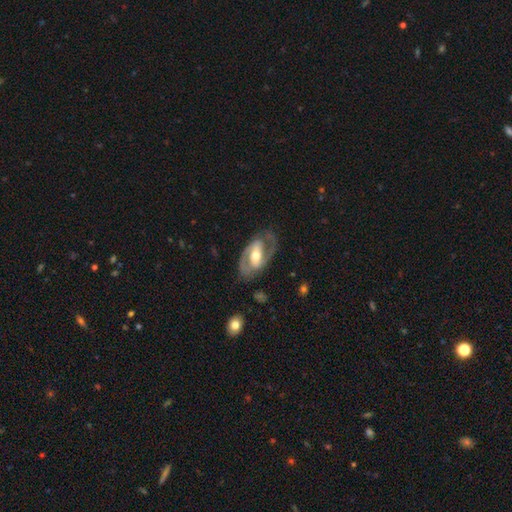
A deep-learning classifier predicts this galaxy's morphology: This appears to be a featured or disk galaxy (84%) with a strong bar (43%), 2 (88%) medium (53%) spiral arms (89%) and a moderate central bulge (69%). Merging: none (74%).